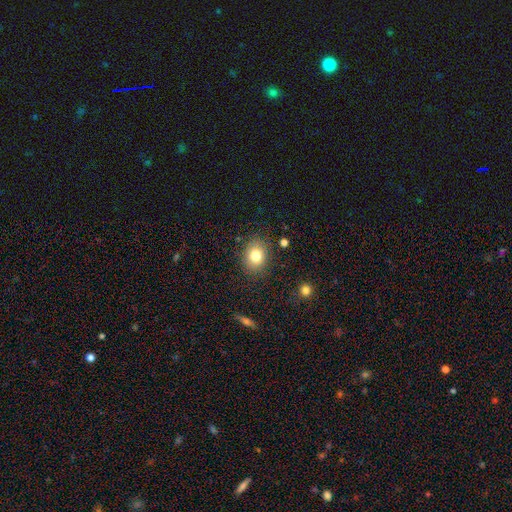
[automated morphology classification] This appears to be a smooth galaxy with no disk features (80%) that is in between round and cigar-shaped (53%). Merging: none (84%).